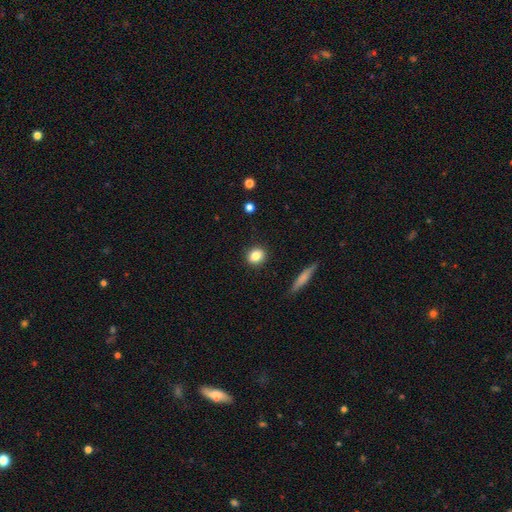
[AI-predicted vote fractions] smooth_or_featured: smooth (p=0.83) [alt: star or artifact p=0.09]
how_rounded: round (p=0.74) [alt: in between p=0.24]
merging: none (p=0.90) [alt: minor disturbance p=0.07]